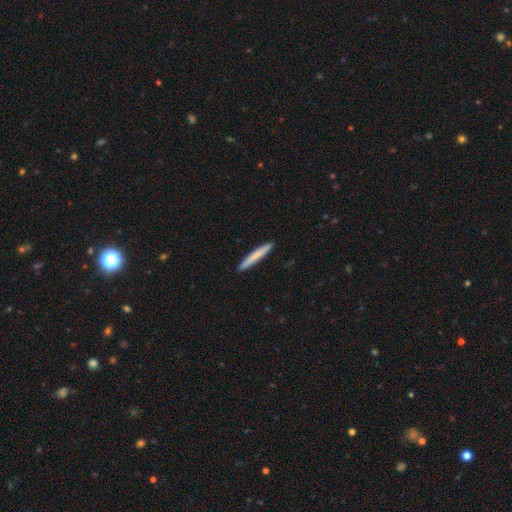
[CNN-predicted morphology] smooth_or_featured: smooth (p=0.74) [alt: featured or disk p=0.20]
how_rounded: cigar-shaped (p=0.96) [alt: in between p=0.02]
merging: none (p=0.92) [alt: minor disturbance p=0.05]